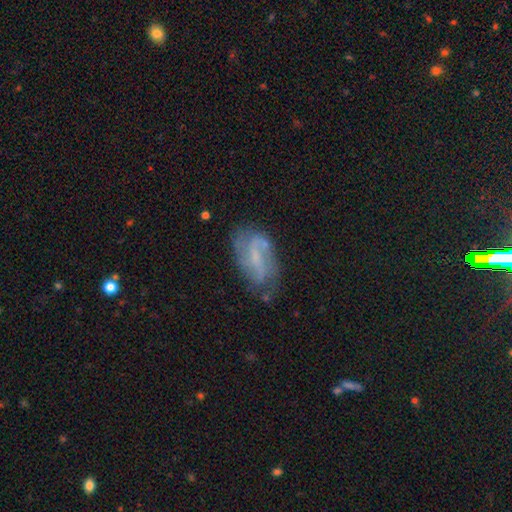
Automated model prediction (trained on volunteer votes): smooth_or_featured: featured or disk (p=0.66) [alt: smooth p=0.25]
disk_edge_on: no (p=0.94) [alt: yes p=0.06]
bar: weak (p=0.48) [alt: no p=0.27]
has_spiral_arms: yes (p=0.81) [alt: no p=0.19]
spiral_winding: medium (p=0.39) [alt: loose p=0.38]
spiral_arm_count: 2 (p=0.60) [alt: can't tell p=0.23]
bulge_size: small (p=0.43) [alt: none p=0.36]
merging: none (p=0.60) [alt: minor disturbance p=0.25]